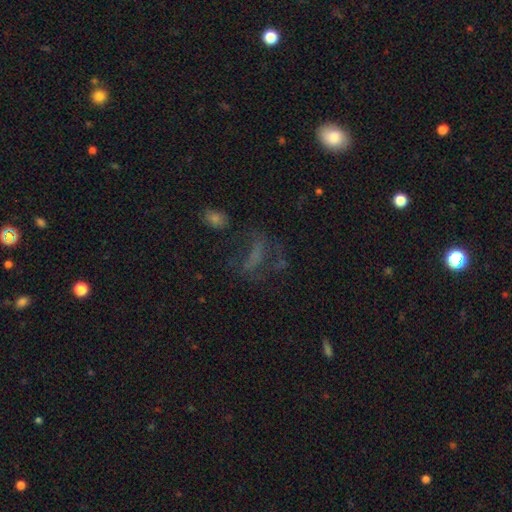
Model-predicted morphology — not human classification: Smooth or featured: featured or disk — 35% (smooth — 33%)
Merging: none — 47% (major disturbance — 32%)